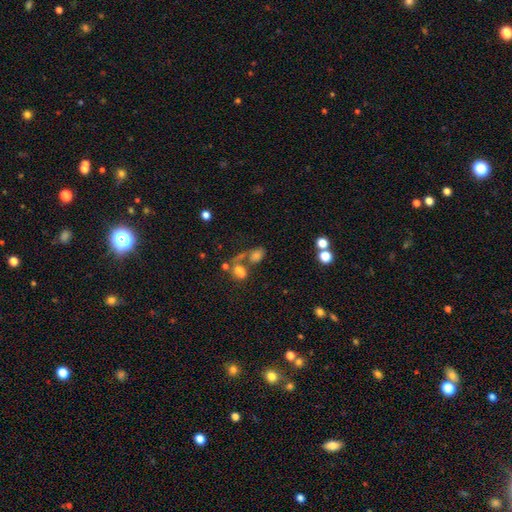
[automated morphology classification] Overall: smooth (59%; star or artifact 22%). How rounded: in between (68%; round 29%). Merging: merger (45%; none 32%).